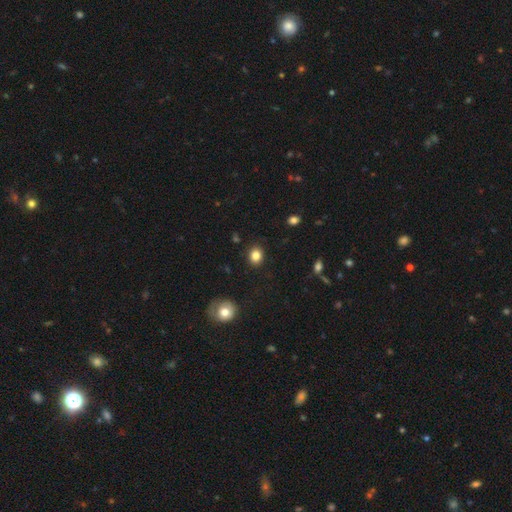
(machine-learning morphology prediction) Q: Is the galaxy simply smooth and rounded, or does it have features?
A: smooth — 84%.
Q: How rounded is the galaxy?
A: round — 60%.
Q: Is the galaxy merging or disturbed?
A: none — 89%.